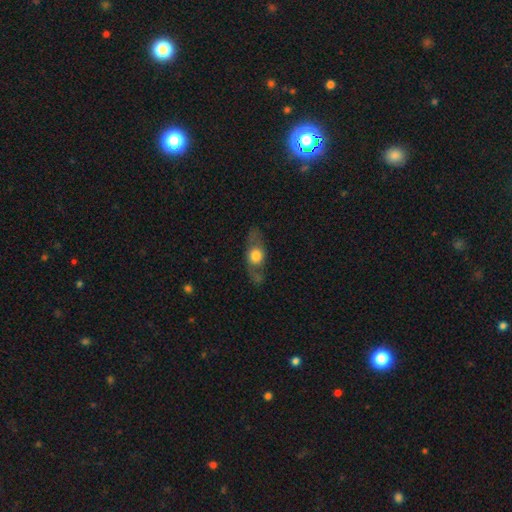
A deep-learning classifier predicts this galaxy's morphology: A smooth galaxy with no disk features (49%).

Vote fractions:
- Smooth or featured? smooth: 49% / featured or disk: 43% / star or artifact: 7%
- Merging? none: 68% / minor disturbance: 18% / major disturbance: 10% / merger: 3%